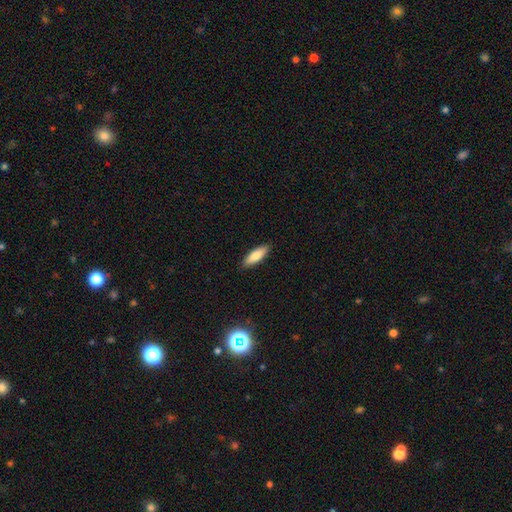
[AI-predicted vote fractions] This is likely a smooth galaxy (79%). How rounded: possibly in between (55%). Merging: clearly none (88%).